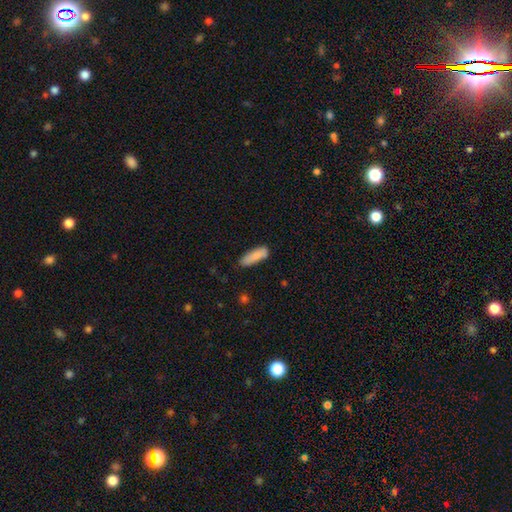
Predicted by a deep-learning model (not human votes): A smooth galaxy with no disk features (86%) that is in between round and cigar-shaped (54%).

Vote fractions:
- Smooth or featured? smooth: 86% / featured or disk: 8% / star or artifact: 6%
- How rounded? in between: 54% / cigar-shaped: 45% / round: 2%
- Merging? none: 78% / minor disturbance: 16% / major disturbance: 3% / merger: 3%